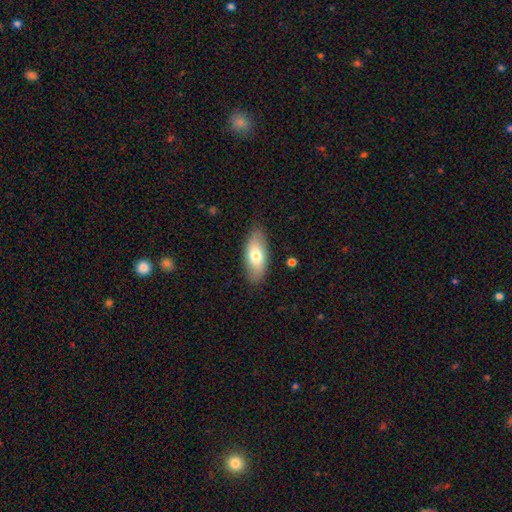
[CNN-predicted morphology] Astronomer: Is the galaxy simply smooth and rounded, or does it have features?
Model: smooth — 69%.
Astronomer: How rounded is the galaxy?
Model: in between — 84%.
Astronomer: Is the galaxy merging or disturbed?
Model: none — 85%.